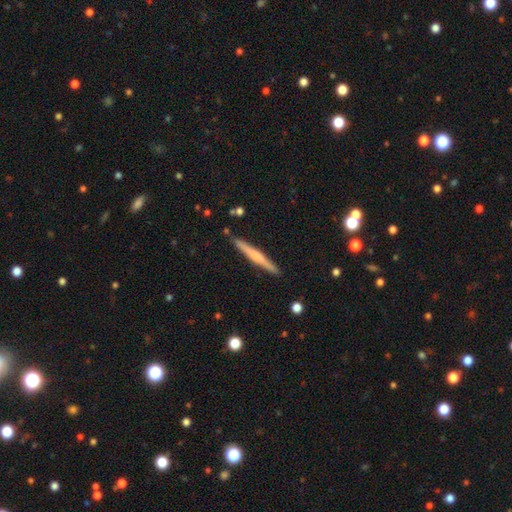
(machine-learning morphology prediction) This is possibly a featured or disk galaxy (51%). It is clearly viewed edge-on (98%). Edge-on bulge: possibly rounded (51%). Merging: clearly none (90%).